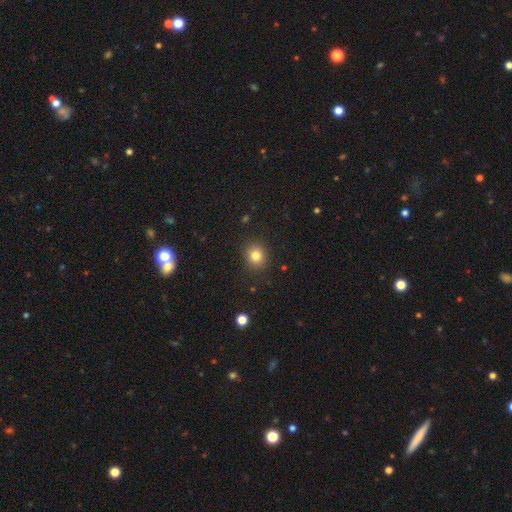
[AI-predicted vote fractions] Q: Smooth or featured?
A: smooth (81%); runner-up: star or artifact (12%)
Q: How rounded?
A: round (81%); runner-up: in between (18%)
Q: Merging?
A: none (89%); runner-up: minor disturbance (7%)